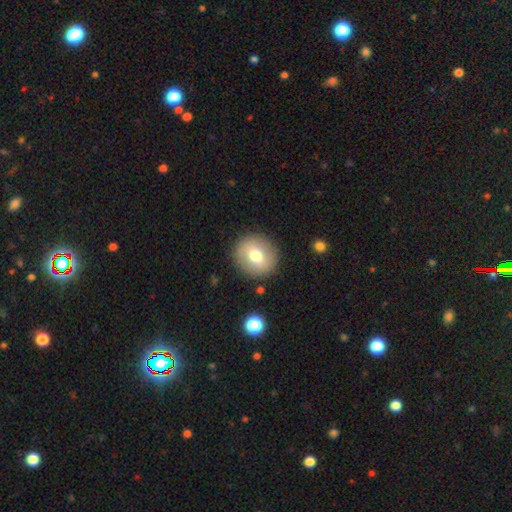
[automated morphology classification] A smooth galaxy with no disk features (69%) that is round (88%). Merging: none (88%).